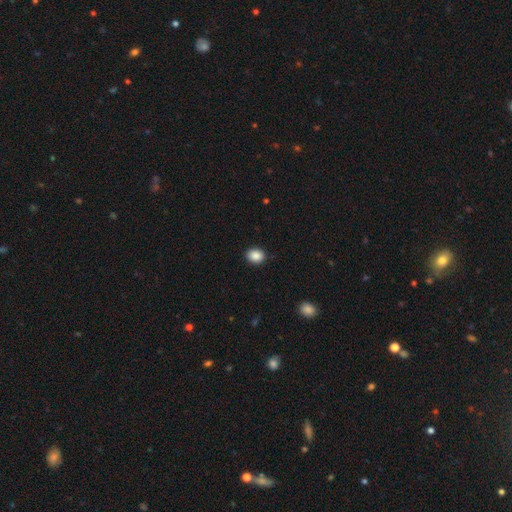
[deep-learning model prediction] The model was most divided on "how rounded": in between: 53%, round: 46%, cigar-shaped: 1%. More confident: merging — none (90%); smooth or featured — smooth (88%).